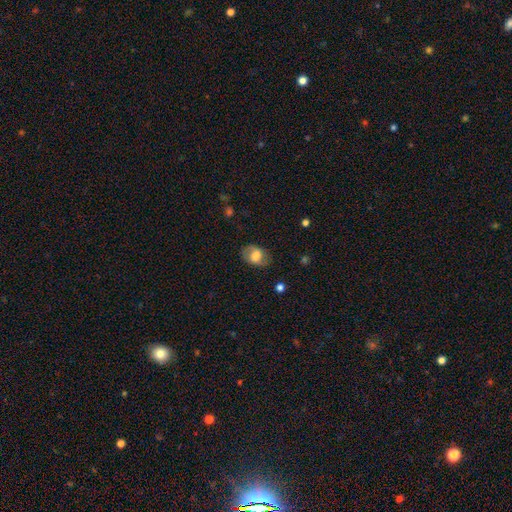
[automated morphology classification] This is likely a smooth galaxy (67%). How rounded: clearly in between (80%). Merging: likely none (77%).